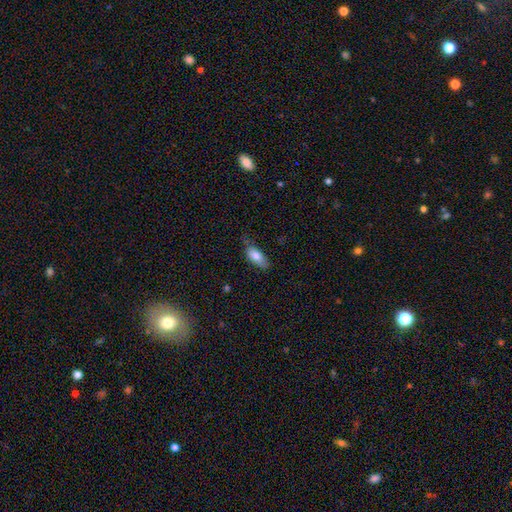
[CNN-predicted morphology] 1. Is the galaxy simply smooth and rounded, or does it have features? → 80% smooth, 13% featured or disk, 7% star or artifact.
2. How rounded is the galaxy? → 85% in between, 13% cigar-shaped, 3% round.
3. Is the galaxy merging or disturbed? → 60% none, 31% minor disturbance, 7% major disturbance, 2% merger.